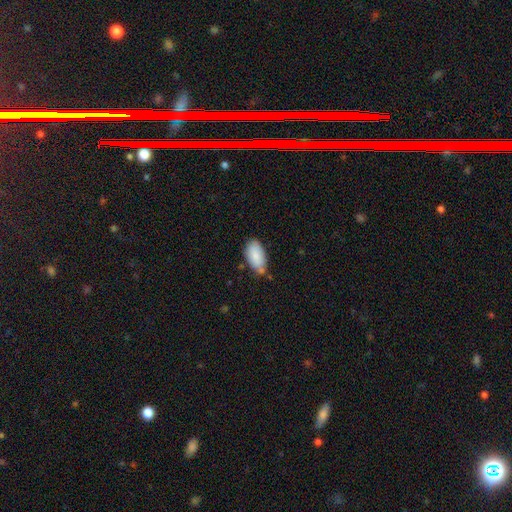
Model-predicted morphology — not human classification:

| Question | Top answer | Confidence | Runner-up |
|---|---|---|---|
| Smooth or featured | smooth | 84% | featured or disk (9%) |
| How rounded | in between | 95% | round (3%) |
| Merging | none | 64% | minor disturbance (25%) |